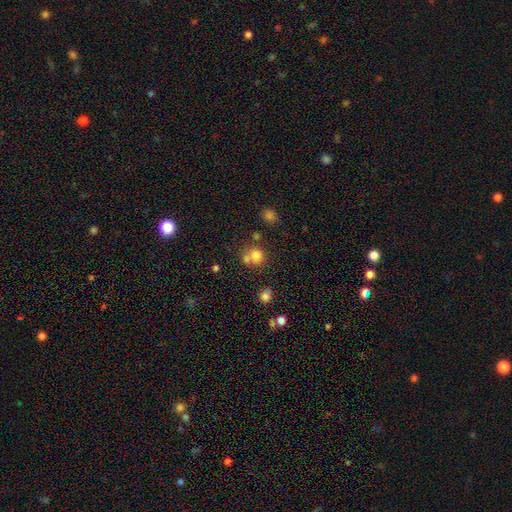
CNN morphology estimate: A smooth galaxy with no disk features (77%) that is round (84%).

Vote fractions:
- Smooth or featured? smooth: 77% / star or artifact: 14% / featured or disk: 9%
- How rounded? round: 84% / in between: 15% / cigar-shaped: 1%
- Merging? none: 51% / merger: 36% / minor disturbance: 9% / major disturbance: 4%